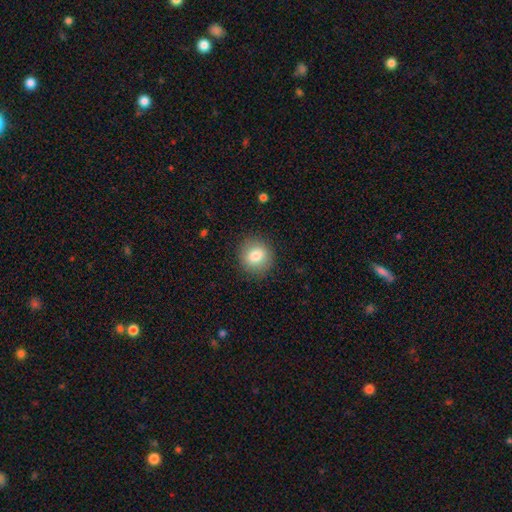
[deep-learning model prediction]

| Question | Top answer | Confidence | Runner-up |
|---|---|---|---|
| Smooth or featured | smooth | 81% | featured or disk (10%) |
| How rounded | round | 86% | in between (13%) |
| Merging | none | 89% | minor disturbance (8%) |